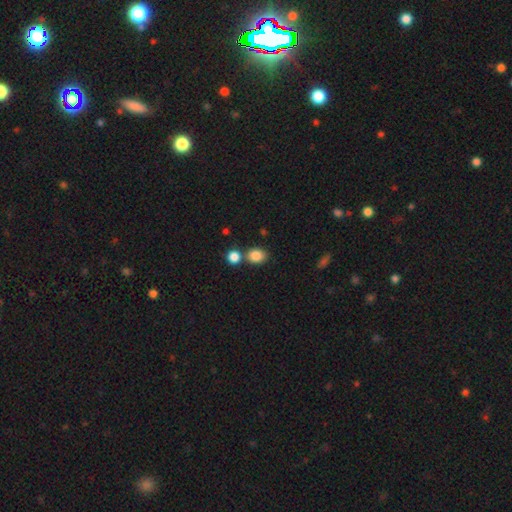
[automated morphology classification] smooth_or_featured: smooth (p=0.84) [alt: star or artifact p=0.10]
how_rounded: in between (p=0.50) [alt: round p=0.49]
merging: none (p=0.64) [alt: merger p=0.23]